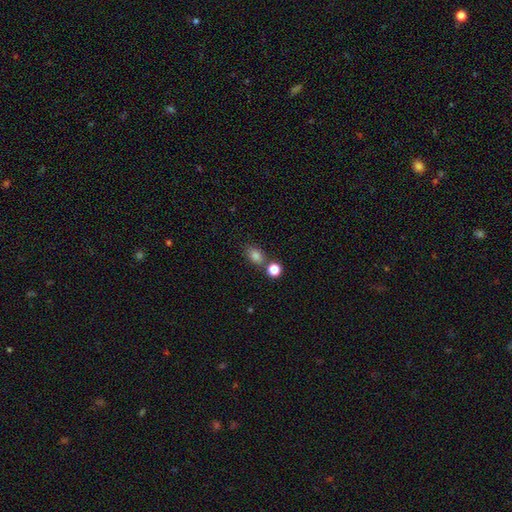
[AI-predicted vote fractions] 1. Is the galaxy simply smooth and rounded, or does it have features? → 80% smooth, 13% star or artifact, 6% featured or disk.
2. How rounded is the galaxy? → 70% in between, 28% round, 2% cigar-shaped.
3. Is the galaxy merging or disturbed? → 67% none, 17% merger, 12% minor disturbance, 4% major disturbance.